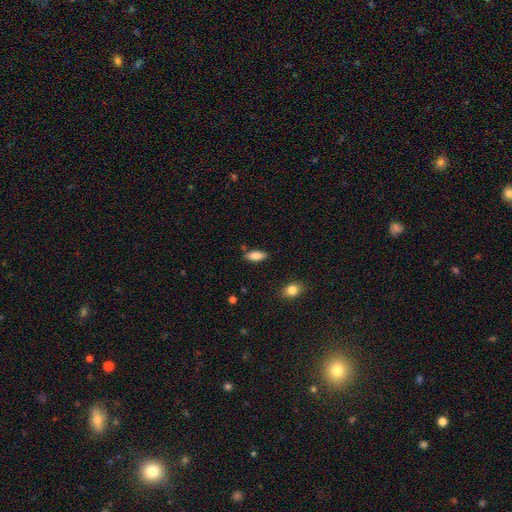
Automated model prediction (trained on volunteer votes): Smooth or featured? smooth (80%)
How rounded? in between (81%)
Merging? none (82%)